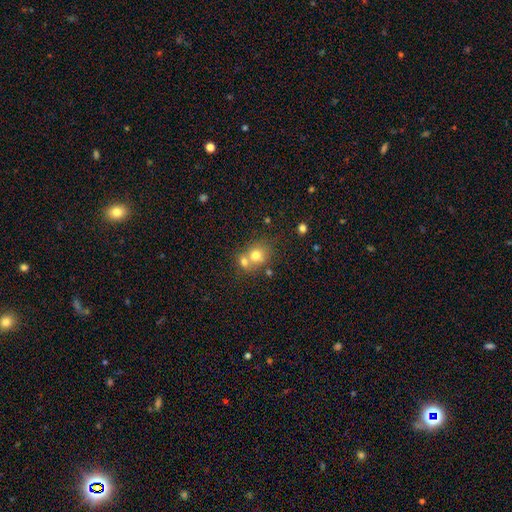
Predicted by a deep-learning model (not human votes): Smooth or featured?
  - smooth: 72% *
  - featured or disk: 16%
  - star or artifact: 12%
How rounded?
  - round: 72% *
  - in between: 27%
  - cigar-shaped: 1%
Merging?
  - merger: 53% *
  - none: 36%
  - minor disturbance: 7%
  - major disturbance: 3%